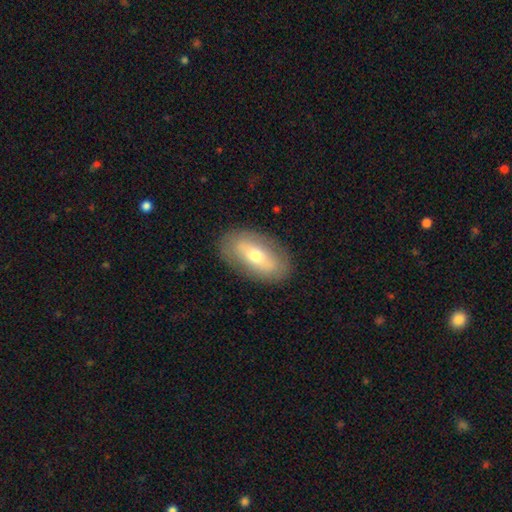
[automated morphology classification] smooth_or_featured: smooth (p=0.51) [alt: featured or disk p=0.42]
how_rounded: in between (p=0.90) [alt: round p=0.06]
merging: none (p=0.85) [alt: minor disturbance p=0.10]